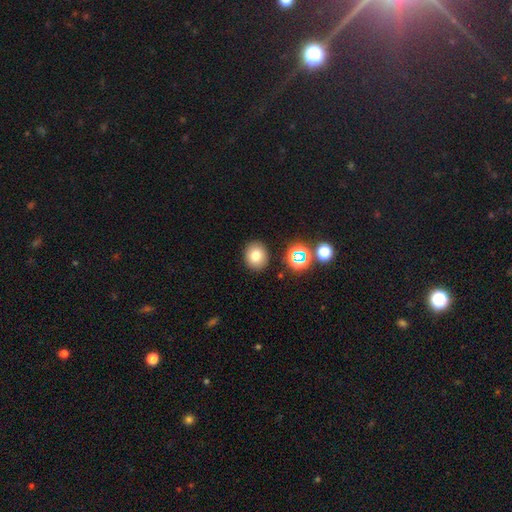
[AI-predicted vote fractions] Morphology: type=smooth (76%); roundness=round (70%); merging=none (88%).